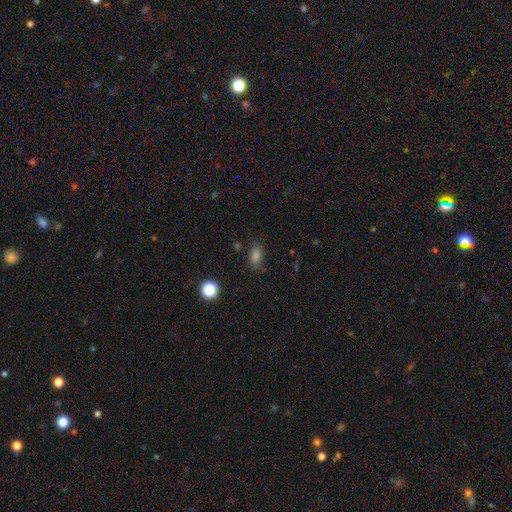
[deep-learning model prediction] This appears to be a smooth galaxy with no disk features (76%) that is in between round and cigar-shaped (83%). Merging: none (81%).